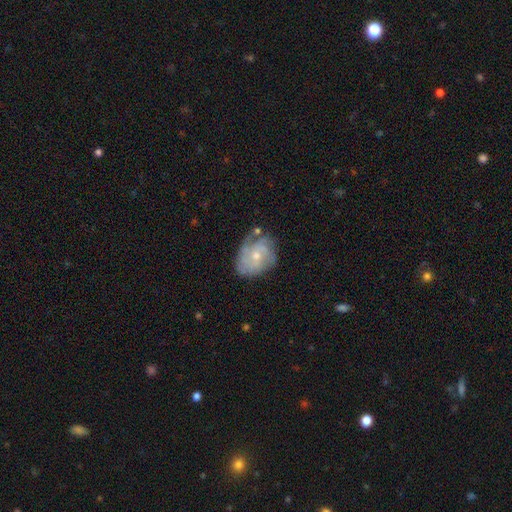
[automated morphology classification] type=featured or disk (70%); edge-on=no (97%); bar=no (71%); spiral arms=yes (86%); winding=tight (50%); arm count=can't tell (36%); bulge=small (49%); merging=none (58%).